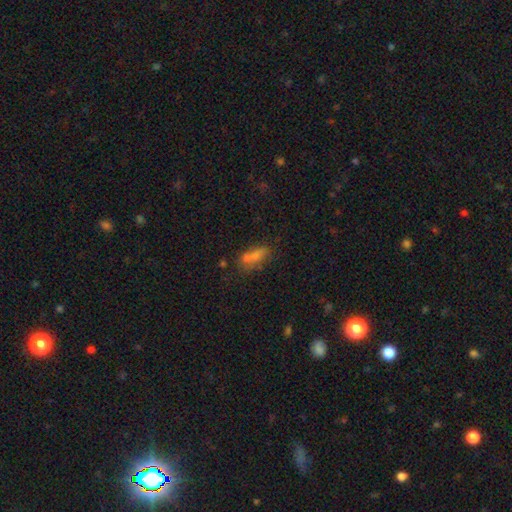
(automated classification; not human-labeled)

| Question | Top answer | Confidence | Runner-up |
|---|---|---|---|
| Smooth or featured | smooth | 66% | star or artifact (18%) |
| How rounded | in between | 64% | cigar-shaped (29%) |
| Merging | none | 52% | merger (22%) |